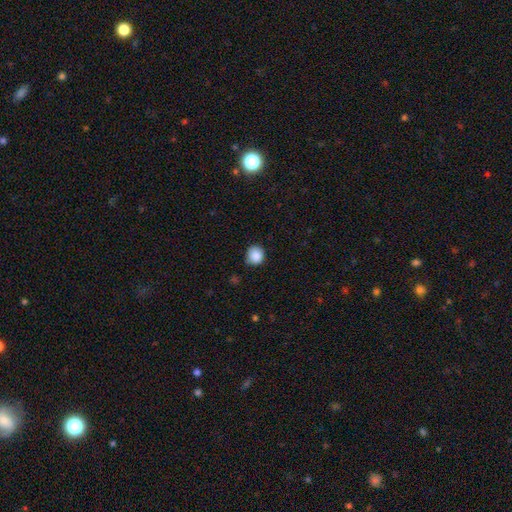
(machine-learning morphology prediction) This appears to be a smooth galaxy with no disk features (88%) that is round (89%). Merging: none (80%).